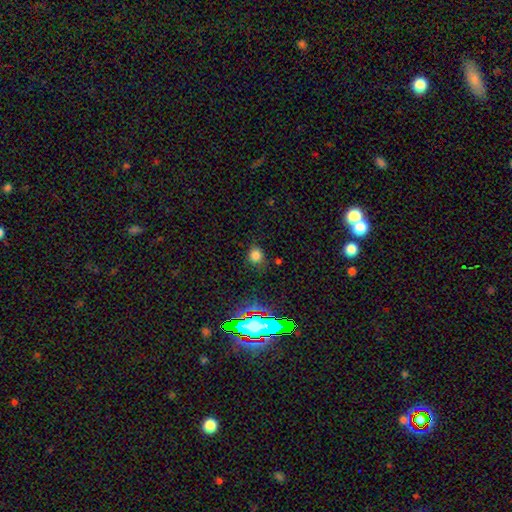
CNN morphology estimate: This is likely a smooth galaxy (76%). How rounded: likely round (77%). Merging: likely none (79%).